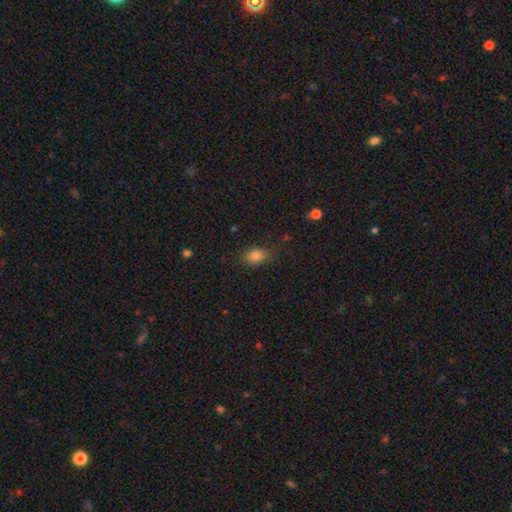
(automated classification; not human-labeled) Smooth or featured?
  - smooth: 82% *
  - star or artifact: 11%
  - featured or disk: 7%
How rounded?
  - in between: 76% *
  - round: 22%
  - cigar-shaped: 2%
Merging?
  - none: 78% *
  - minor disturbance: 16%
  - major disturbance: 4%
  - merger: 1%